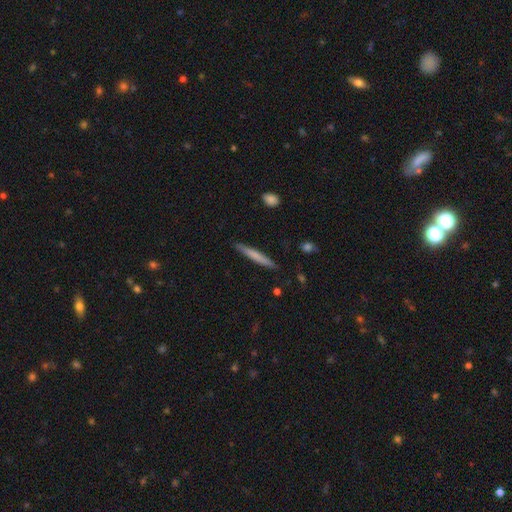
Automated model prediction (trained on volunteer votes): This is likely a smooth galaxy (65%). How rounded: clearly cigar-shaped (96%). Merging: clearly none (89%).